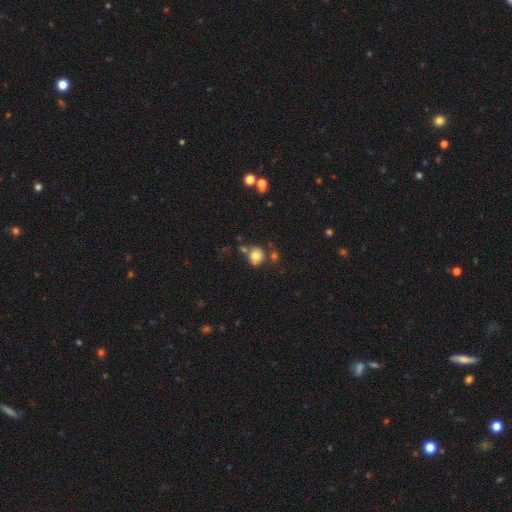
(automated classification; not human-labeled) smooth_or_featured: smooth (p=0.75) [alt: featured or disk p=0.13]
how_rounded: round (p=0.80) [alt: in between p=0.19]
merging: none (p=0.59) [alt: merger p=0.17]